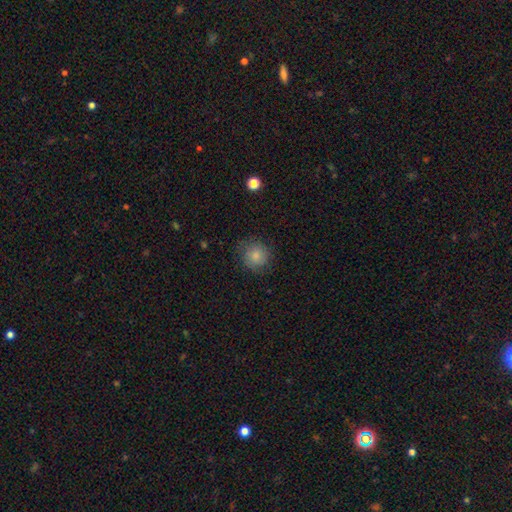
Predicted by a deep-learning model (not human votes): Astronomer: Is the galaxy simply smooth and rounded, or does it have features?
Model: smooth — 84%.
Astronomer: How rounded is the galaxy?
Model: round — 91%.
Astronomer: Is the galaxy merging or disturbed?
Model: none — 80%.